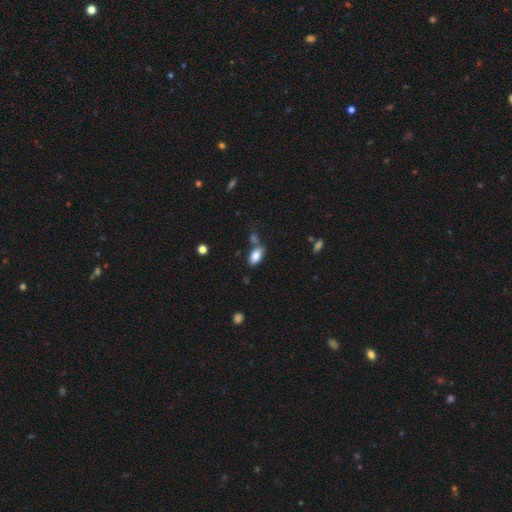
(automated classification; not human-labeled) Q: Smooth or featured?
A: smooth (85%); runner-up: star or artifact (8%)
Q: How rounded?
A: in between (93%); runner-up: round (4%)
Q: Merging?
A: none (59%); runner-up: merger (19%)